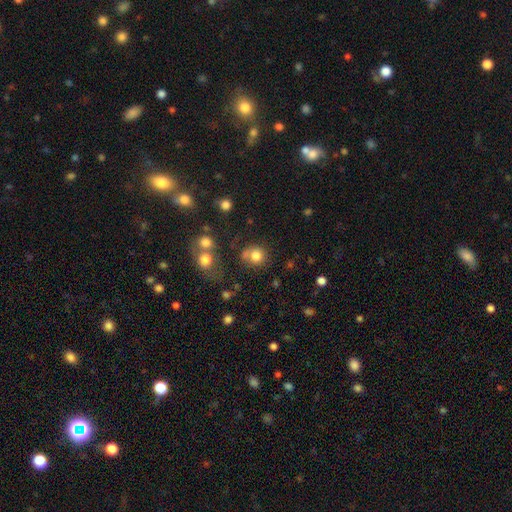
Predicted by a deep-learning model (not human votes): Morphology: type=smooth (80%); roundness=round (86%); merging=none (63%).